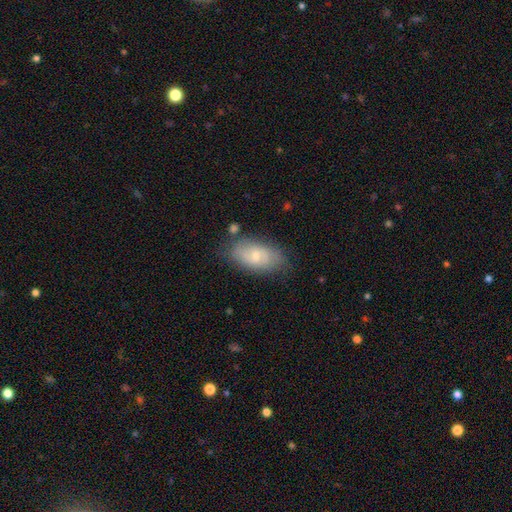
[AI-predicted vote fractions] Morphology: type=smooth (54%); roundness=in between (91%); merging=none (72%).